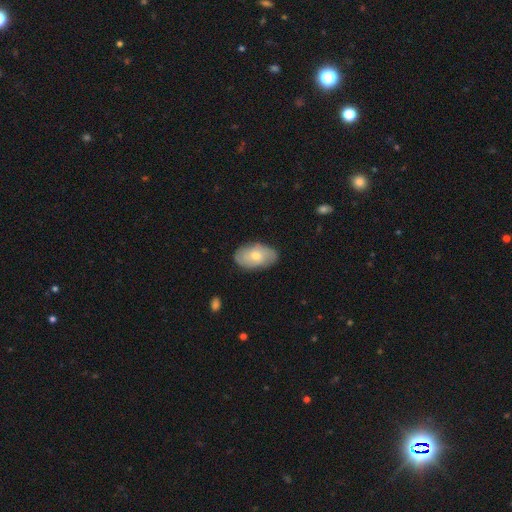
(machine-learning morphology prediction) This appears to be a smooth galaxy with no disk features (53%) that is in between round and cigar-shaped (92%). Merging: none (80%).